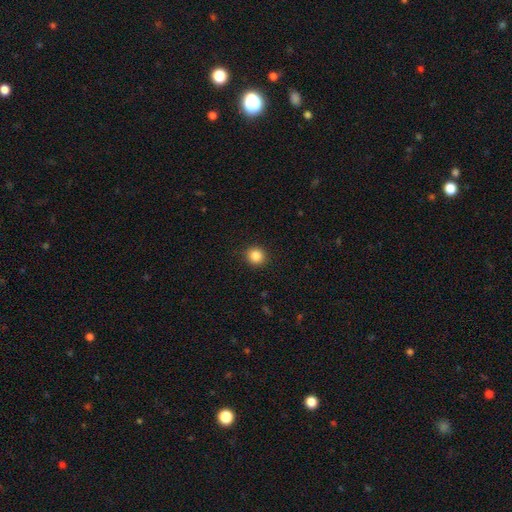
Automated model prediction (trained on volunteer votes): Smooth or featured? smooth (86%)
How rounded? round (92%)
Merging? none (92%)